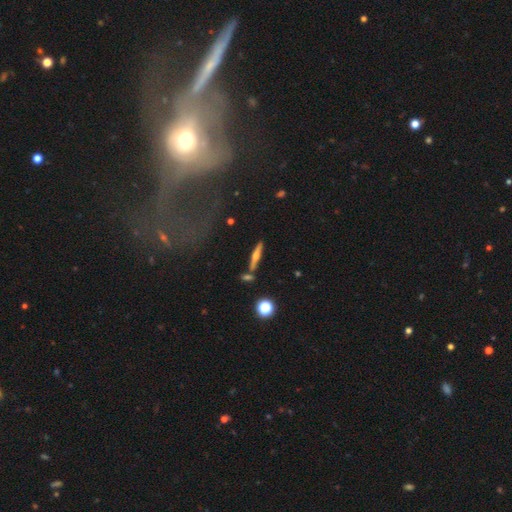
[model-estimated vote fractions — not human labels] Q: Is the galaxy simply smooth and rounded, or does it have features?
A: featured or disk — 58%.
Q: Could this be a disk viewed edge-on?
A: yes — 93%.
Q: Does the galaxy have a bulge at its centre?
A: rounded — 84%.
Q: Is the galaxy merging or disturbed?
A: none — 76%.